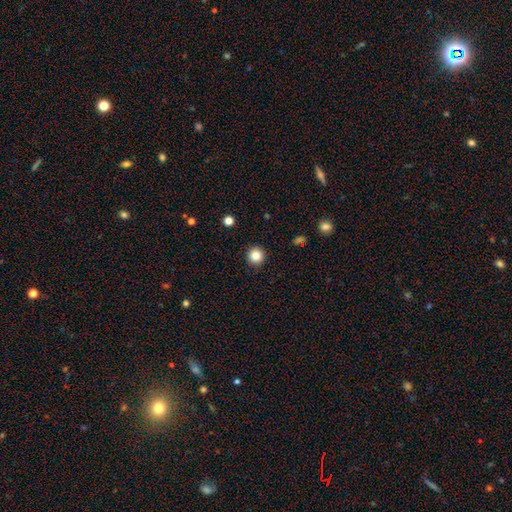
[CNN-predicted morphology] smooth 84%, star or artifact 11%, featured or disk 5%. Down the decision tree: how rounded — round (95%); merging — none (93%).